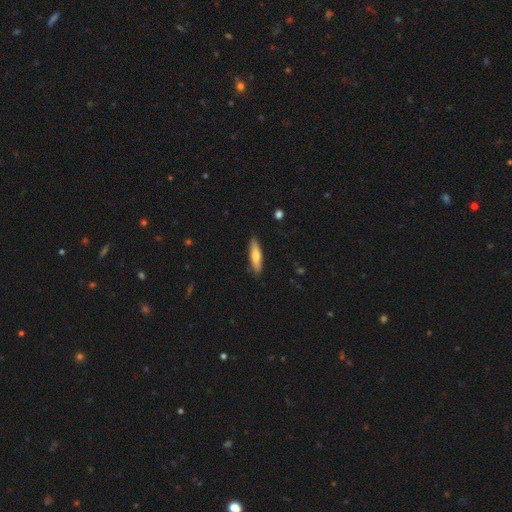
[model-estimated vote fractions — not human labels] A smooth galaxy with no disk features (70%) that is cigar-shaped (75%). Merging: none (88%).